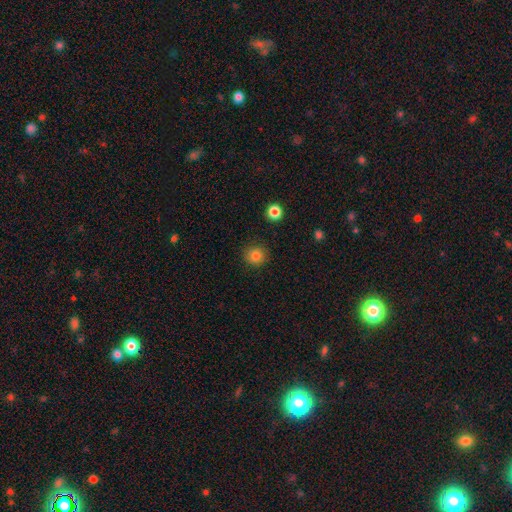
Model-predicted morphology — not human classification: Overall: smooth (82%). How rounded: round (92%). Merging: none (89%).